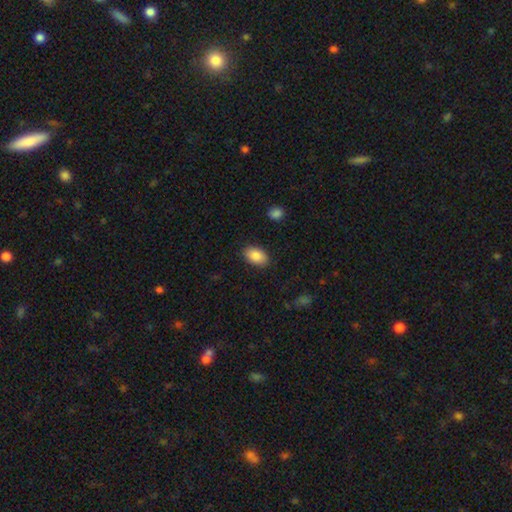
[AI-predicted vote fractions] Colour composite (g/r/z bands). It shows a smooth galaxy with no disk features (86%) that is in between round and cigar-shaped (92%). Merging: none (87%).